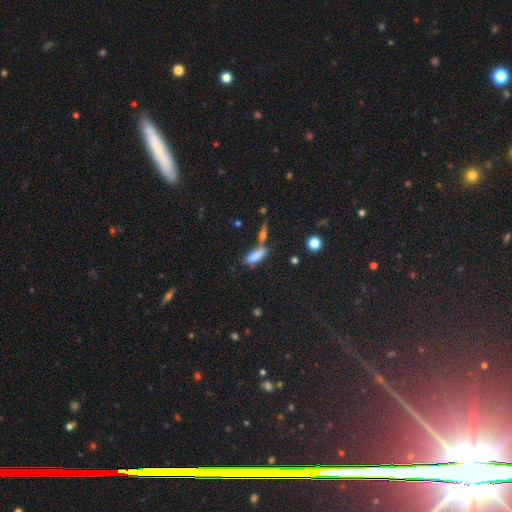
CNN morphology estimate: Smooth or featured: smooth — 78% (featured or disk — 13%)
How rounded: in between — 64% (cigar-shaped — 34%)
Merging: none — 45% (merger — 32%)